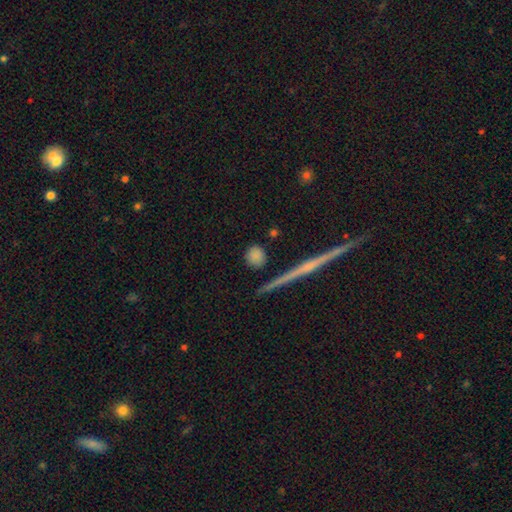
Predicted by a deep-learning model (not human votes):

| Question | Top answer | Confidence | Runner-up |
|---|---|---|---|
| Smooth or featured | smooth | 82% | star or artifact (10%) |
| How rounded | round | 83% | in between (12%) |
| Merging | none | 83% | minor disturbance (11%) |